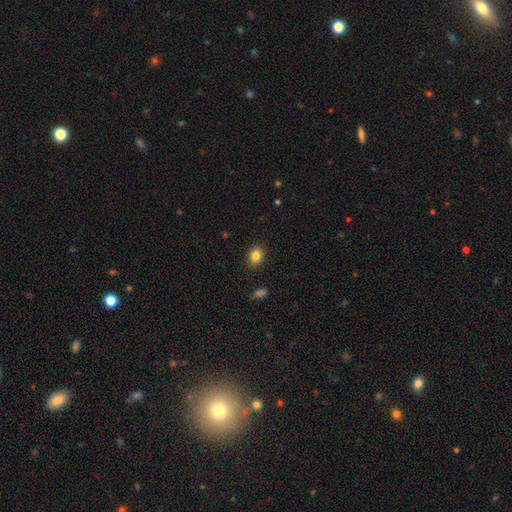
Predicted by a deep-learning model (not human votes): A smooth galaxy with no disk features (85%) that is in between round and cigar-shaped (56%). Merging: none (89%).